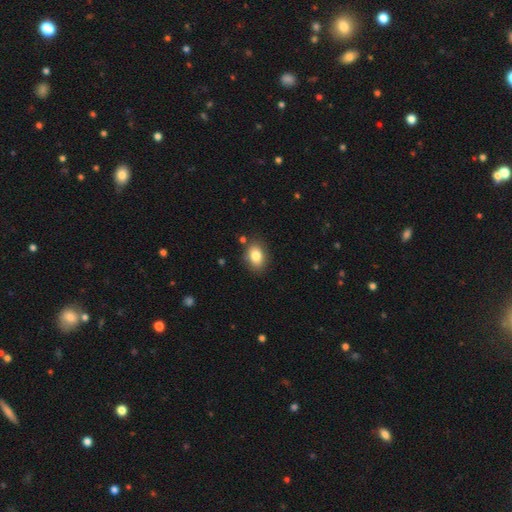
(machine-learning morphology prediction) Smooth or featured? Predicted: smooth (p=0.83). How rounded? Predicted: in between (p=0.74). Merging? Predicted: none (p=0.82).